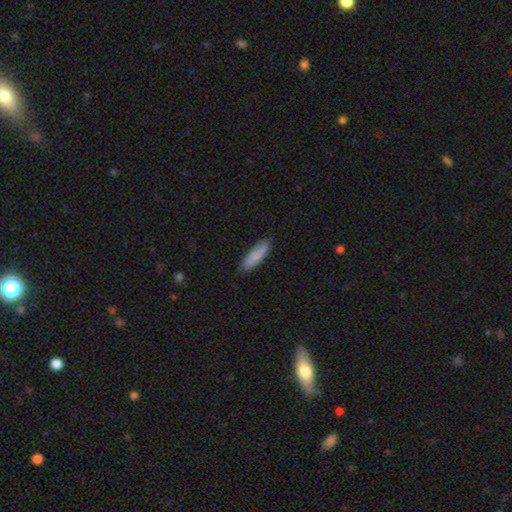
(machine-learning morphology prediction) Q: Smooth or featured?
A: smooth (87%); runner-up: featured or disk (7%)
Q: How rounded?
A: cigar-shaped (61%); runner-up: in between (37%)
Q: Merging?
A: none (86%); runner-up: minor disturbance (11%)